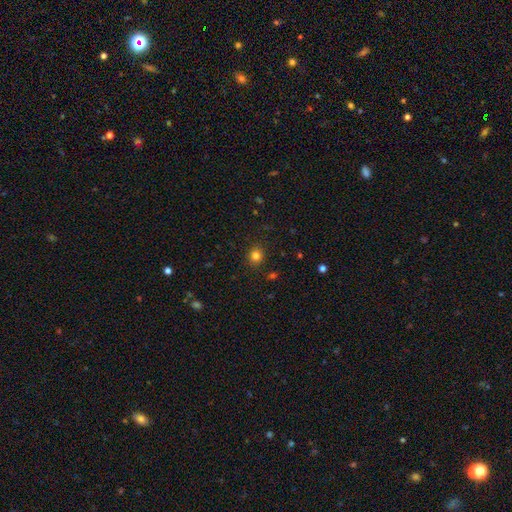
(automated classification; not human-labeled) This appears to be a smooth galaxy with no disk features (82%) that is round (82%). Merging: none (89%).